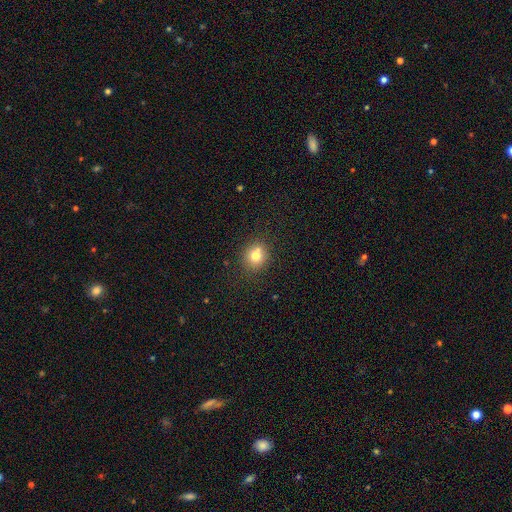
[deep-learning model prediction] smooth-or-featured: smooth: 75% | star or artifact: 13% | featured or disk: 13%
  how-rounded: round: 78% | in between: 21% | cigar-shaped: 1%
  merging: none: 69% | merger: 15% | minor disturbance: 13% | major disturbance: 4%